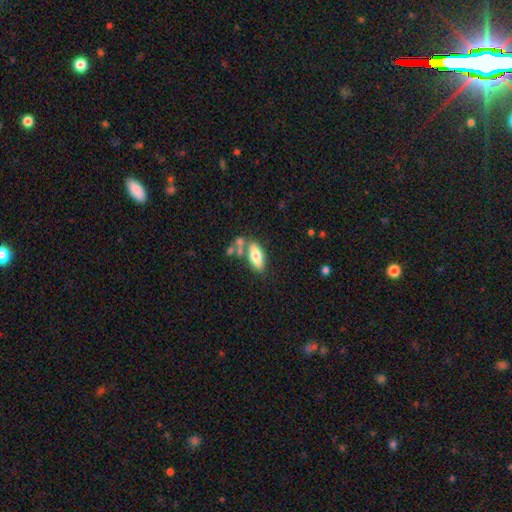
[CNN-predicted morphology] Smooth or featured? Predicted: smooth (p=0.70). How rounded? Predicted: in between (p=0.76). Merging? Predicted: none (p=0.60).